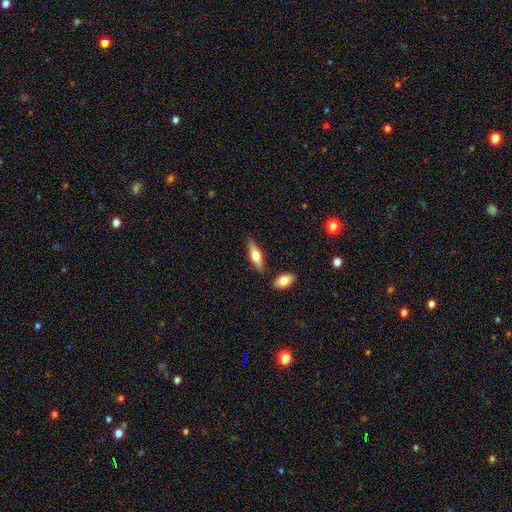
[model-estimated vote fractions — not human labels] Smooth or featured: smooth — 53% (featured or disk — 42%)
How rounded: cigar-shaped — 49% (in between — 48%)
Merging: none — 82% (minor disturbance — 10%)